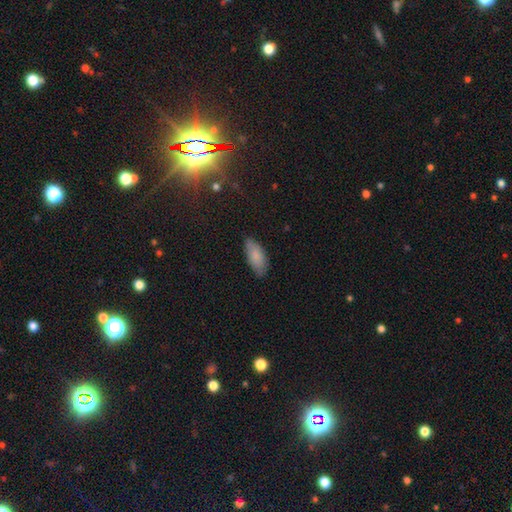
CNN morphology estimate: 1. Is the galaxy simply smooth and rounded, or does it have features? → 84% smooth, 10% featured or disk, 6% star or artifact.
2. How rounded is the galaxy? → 85% in between, 13% cigar-shaped, 2% round.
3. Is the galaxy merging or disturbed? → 76% none, 20% minor disturbance, 3% major disturbance, 1% merger.